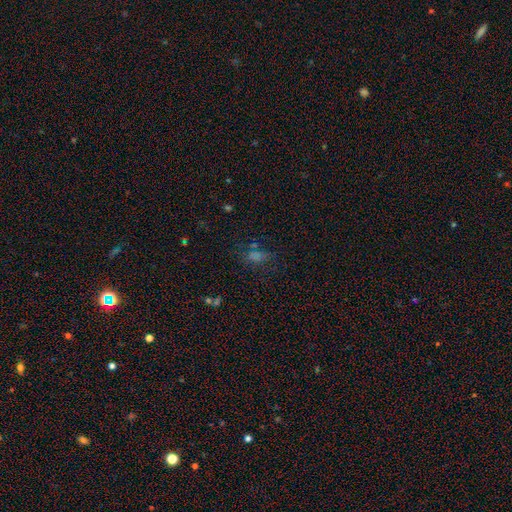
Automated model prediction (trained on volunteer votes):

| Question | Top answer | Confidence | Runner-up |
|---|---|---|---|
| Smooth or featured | smooth | 50% | star or artifact (37%) |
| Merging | none | 61% | minor disturbance (19%) |